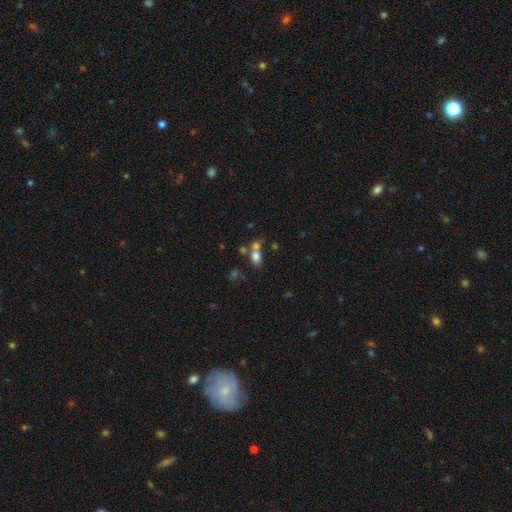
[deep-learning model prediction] This is likely a smooth galaxy (74%). How rounded: likely in between (71%). Merging: possibly merger (46%).